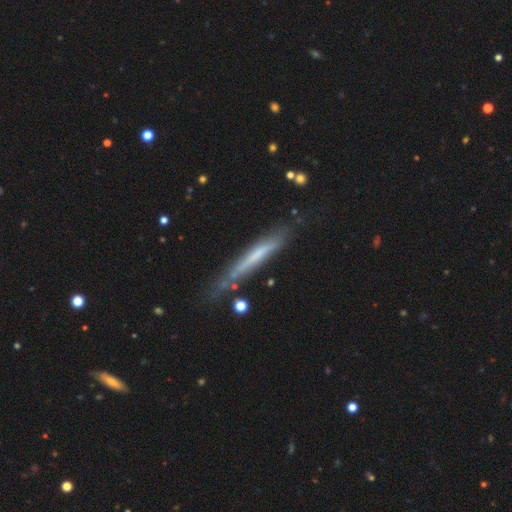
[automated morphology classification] type=featured or disk (49%); merging=none (65%).